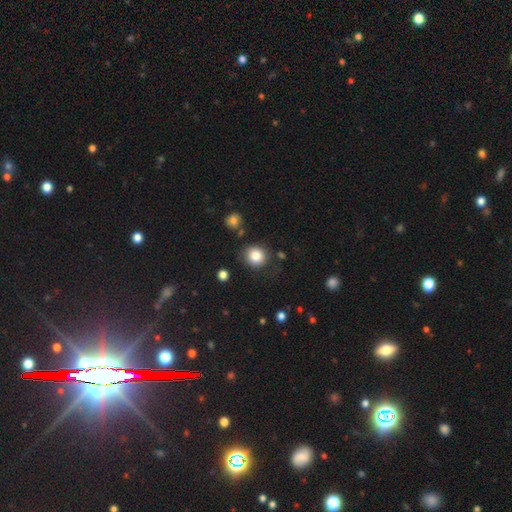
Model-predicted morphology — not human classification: Smooth or featured? smooth (84%)
How rounded? round (83%)
Merging? none (81%)